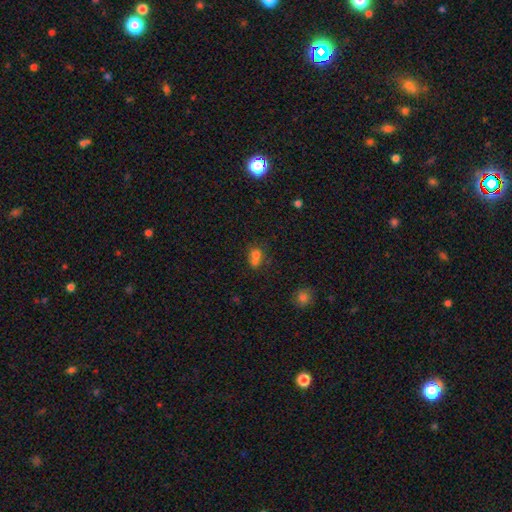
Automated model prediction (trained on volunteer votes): Morphology: type=smooth (71%); roundness=round (52%); merging=merger (51%).